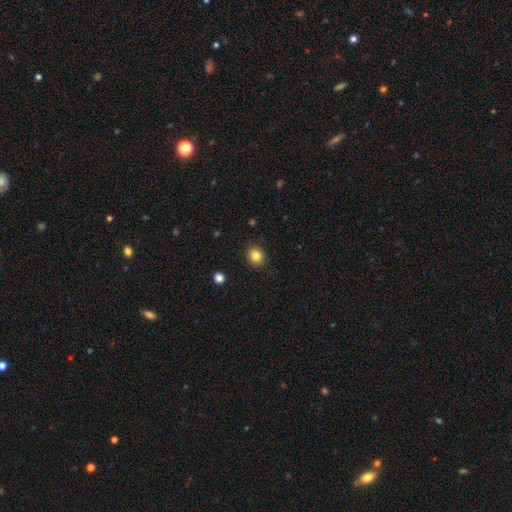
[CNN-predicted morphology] smooth_or_featured: smooth (p=0.84) [alt: star or artifact p=0.11]
how_rounded: round (p=0.76) [alt: in between p=0.23]
merging: none (p=0.89) [alt: minor disturbance p=0.08]